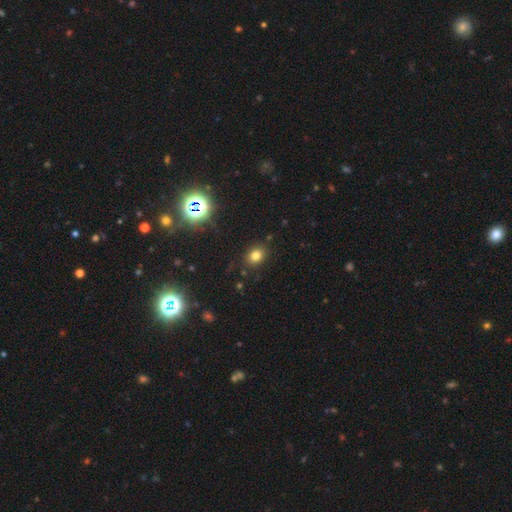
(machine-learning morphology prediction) Smooth or featured? smooth (75%)
How rounded? round (51%)
Merging? none (85%)